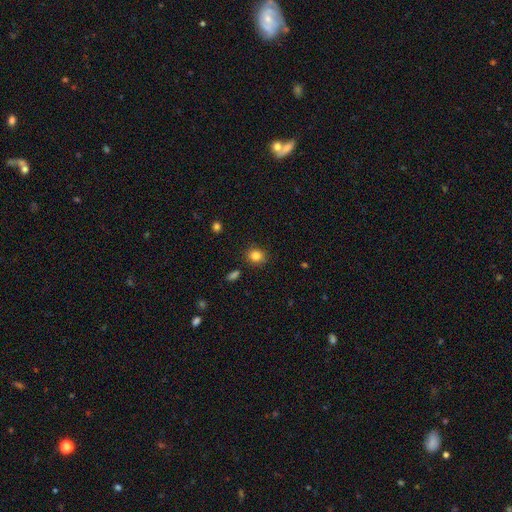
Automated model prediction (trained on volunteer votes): This appears to be a smooth galaxy with no disk features (84%) that is round (74%). Merging: none (86%).